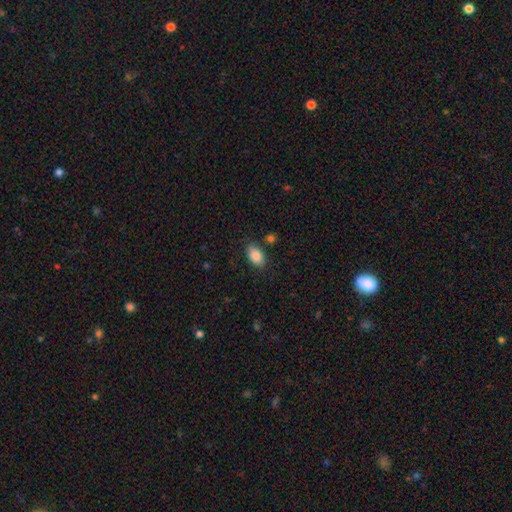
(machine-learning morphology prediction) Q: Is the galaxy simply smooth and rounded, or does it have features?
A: smooth — 86%.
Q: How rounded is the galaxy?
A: in between — 91%.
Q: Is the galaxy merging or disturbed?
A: none — 81%.